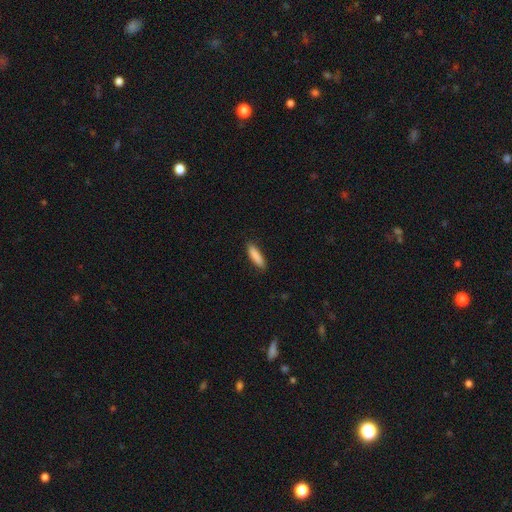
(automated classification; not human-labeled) This appears to be a smooth galaxy with no disk features (88%) that is cigar-shaped (72%). Merging: none (88%).